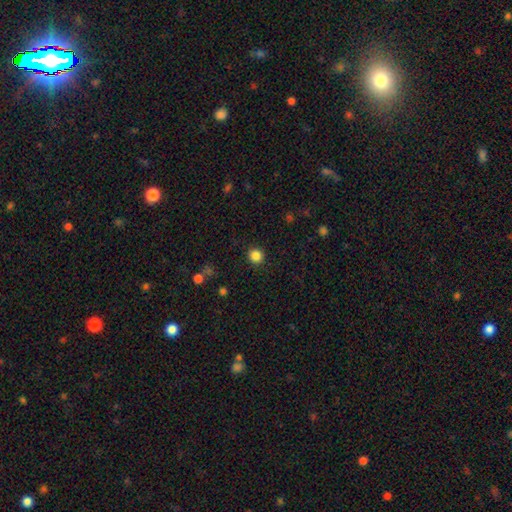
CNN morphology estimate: This is clearly a smooth galaxy (86%). How rounded: clearly round (91%). Merging: clearly none (91%).